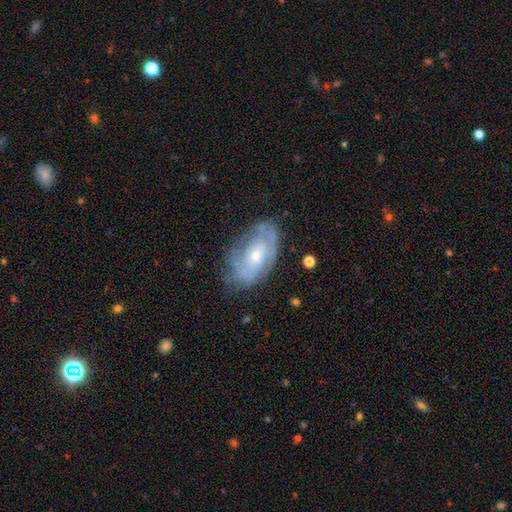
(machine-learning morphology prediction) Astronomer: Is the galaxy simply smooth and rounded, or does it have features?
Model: featured or disk — 69%.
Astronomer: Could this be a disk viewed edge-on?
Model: no — 94%.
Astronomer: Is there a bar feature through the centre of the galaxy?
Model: no — 71%.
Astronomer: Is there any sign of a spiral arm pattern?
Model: yes — 75%.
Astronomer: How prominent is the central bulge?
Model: small — 58% (runner-up: moderate, 38%).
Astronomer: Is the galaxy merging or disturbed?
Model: none — 68%.